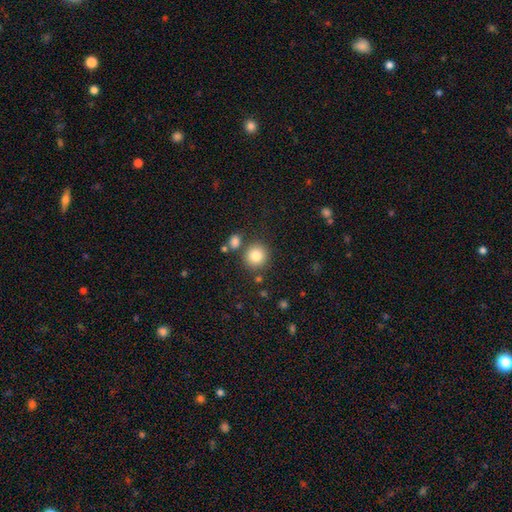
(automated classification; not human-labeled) Smooth or featured: smooth — 82% (star or artifact — 10%)
How rounded: round — 91% (in between — 8%)
Merging: none — 81% (merger — 8%)